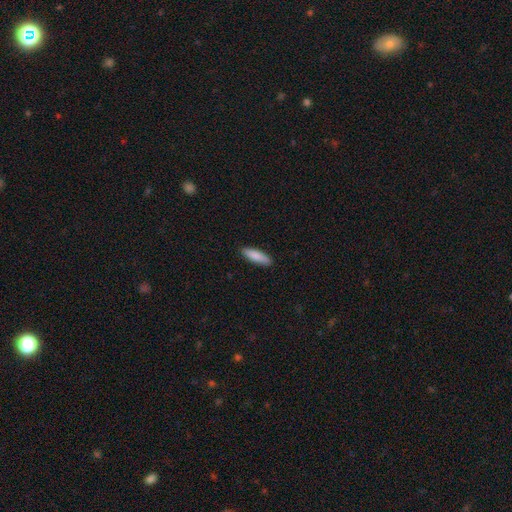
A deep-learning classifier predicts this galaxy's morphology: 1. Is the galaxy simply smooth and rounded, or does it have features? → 86% smooth, 9% featured or disk, 5% star or artifact.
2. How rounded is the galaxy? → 58% cigar-shaped, 40% in between, 2% round.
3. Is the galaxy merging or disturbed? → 89% none, 8% minor disturbance, 2% major disturbance, 1% merger.